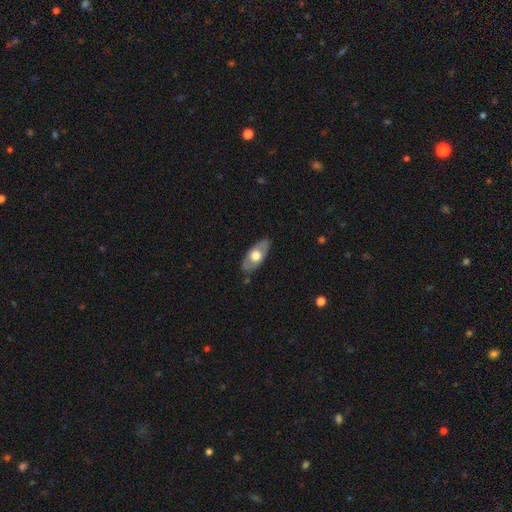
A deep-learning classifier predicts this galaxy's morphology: Smooth or featured?
  - smooth: 51% *
  - featured or disk: 44%
  - star or artifact: 5%
How rounded?
  - in between: 89% *
  - cigar-shaped: 7%
  - round: 4%
Merging?
  - none: 83% *
  - minor disturbance: 13%
  - major disturbance: 3%
  - merger: 1%